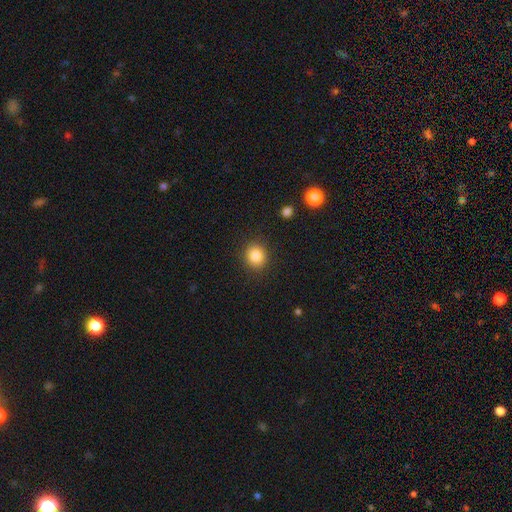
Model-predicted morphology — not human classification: Q: Smooth or featured?
A: smooth (84%); runner-up: star or artifact (10%)
Q: How rounded?
A: round (83%); runner-up: in between (16%)
Q: Merging?
A: none (89%); runner-up: minor disturbance (7%)